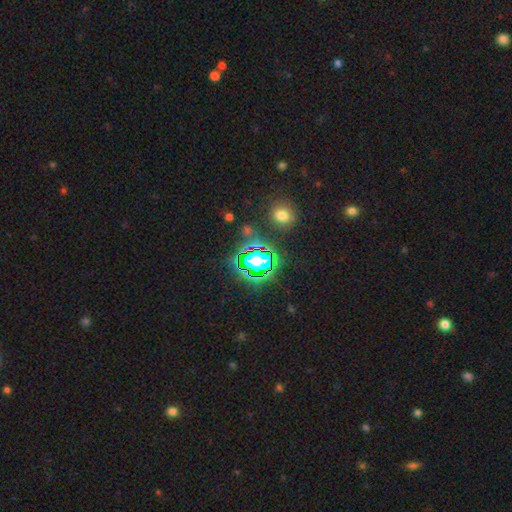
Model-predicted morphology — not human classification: This is likely a star or artifact rather than a galaxy (70%).